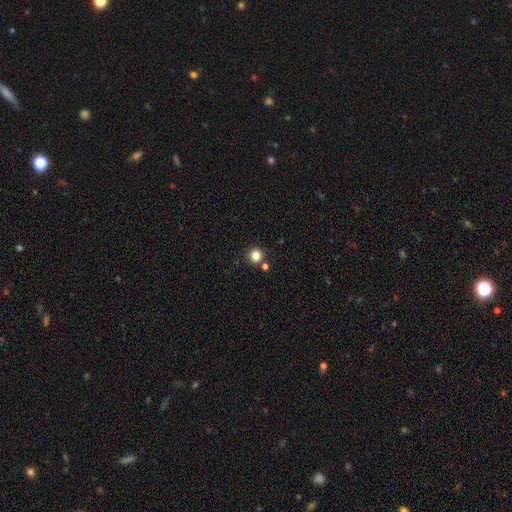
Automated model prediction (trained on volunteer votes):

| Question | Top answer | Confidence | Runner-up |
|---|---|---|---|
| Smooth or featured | smooth | 83% | star or artifact (12%) |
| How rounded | round | 94% | in between (5%) |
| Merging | none | 82% | merger (9%) |